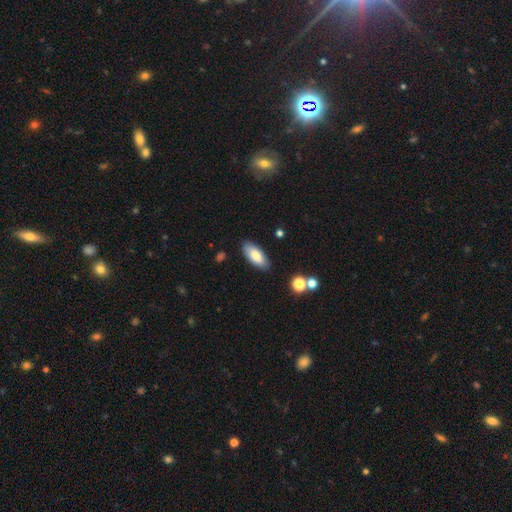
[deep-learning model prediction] Smooth or featured? Predicted: smooth (p=0.80). How rounded? Predicted: in between (p=0.86). Merging? Predicted: none (p=0.86).